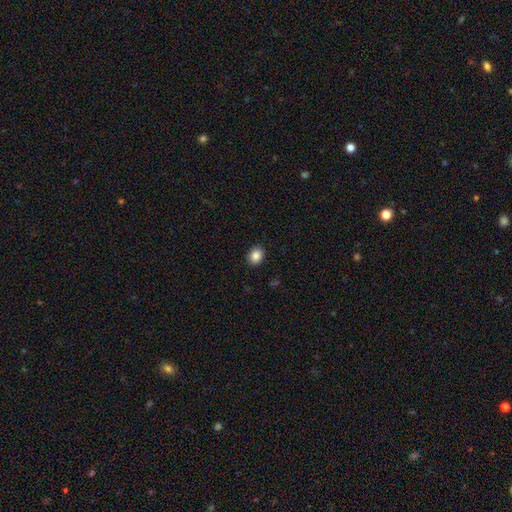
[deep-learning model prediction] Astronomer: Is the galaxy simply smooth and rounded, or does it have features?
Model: smooth — 87%.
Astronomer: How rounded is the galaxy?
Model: in between — 56% (runner-up: round, 44%).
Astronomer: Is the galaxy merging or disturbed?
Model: none — 90%.